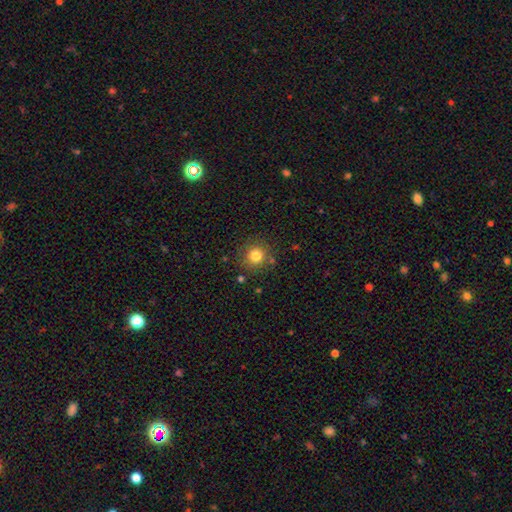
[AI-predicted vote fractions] smooth 81%, star or artifact 13%, featured or disk 7%. Down the decision tree: how rounded — round (93%); merging — none (83%).